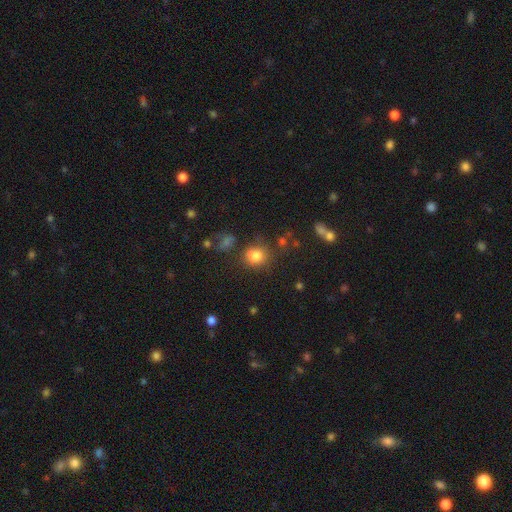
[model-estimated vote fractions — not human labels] This appears to be a smooth galaxy with no disk features (77%) that is round (80%). Merging: none (64%).